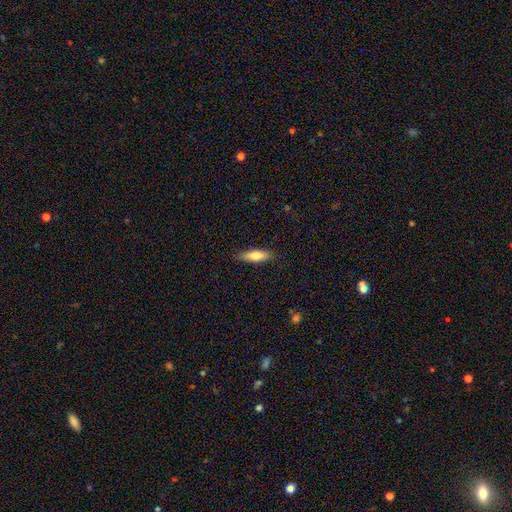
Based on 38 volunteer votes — A smooth galaxy with no disk features (68%) that is in between round and cigar-shaped (69%). Merging: none (91%).